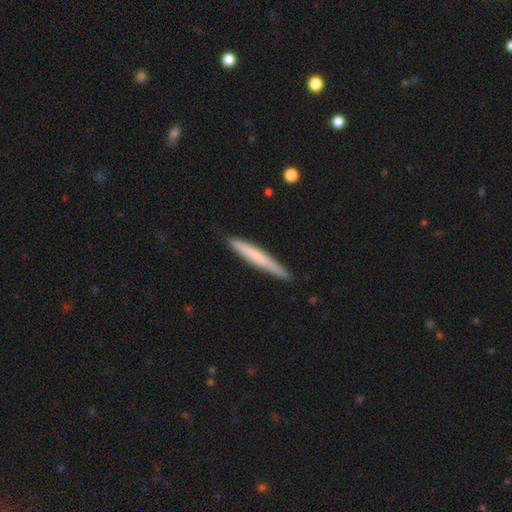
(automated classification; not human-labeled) Overall: smooth (61%; featured or disk 34%). How rounded: cigar-shaped (96%). Merging: none (89%).